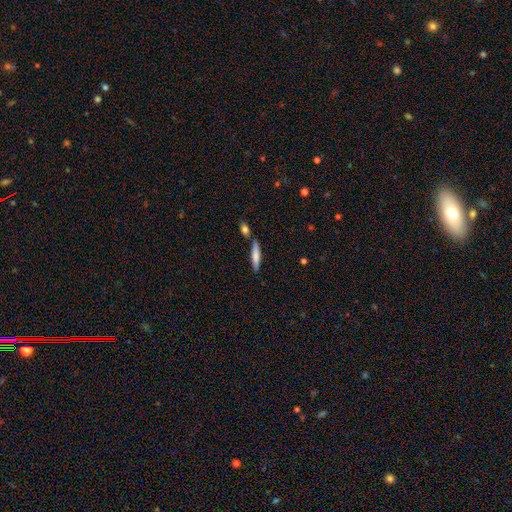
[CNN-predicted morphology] This appears to be a smooth galaxy with no disk features (70%) that is cigar-shaped (84%). Merging: none (75%).